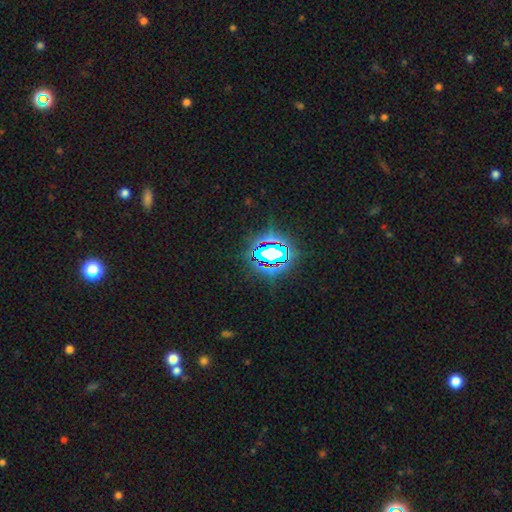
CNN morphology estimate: Overall: star or artifact (82%).